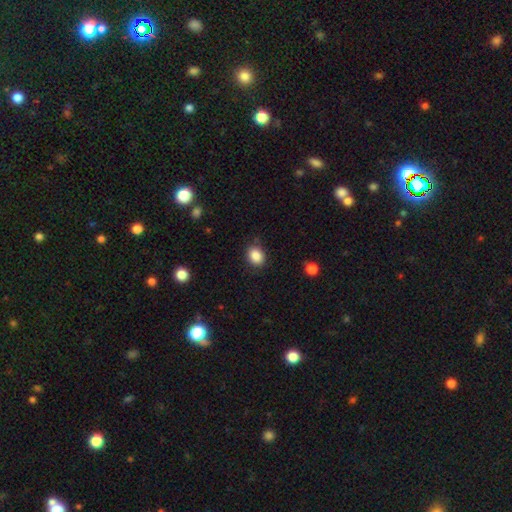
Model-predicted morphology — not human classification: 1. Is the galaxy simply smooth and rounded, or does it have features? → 87% smooth, 9% star or artifact, 4% featured or disk.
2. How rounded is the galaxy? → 51% round, 48% in between, 1% cigar-shaped.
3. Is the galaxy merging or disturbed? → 85% none, 11% minor disturbance, 3% major disturbance, 1% merger.